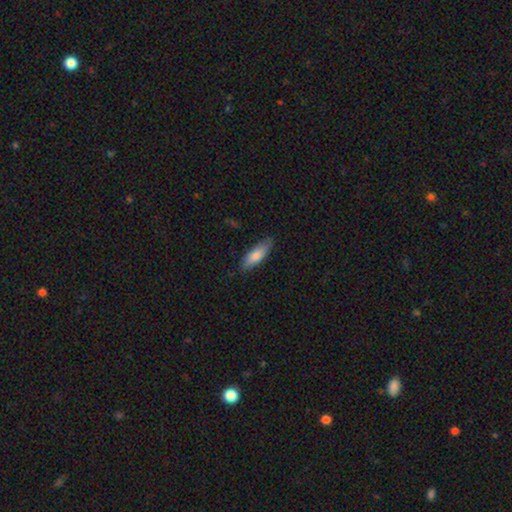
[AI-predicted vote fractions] The model was most divided on "how rounded": cigar-shaped: 50%, in between: 48%, round: 2%. More confident: merging — none (84%); smooth or featured — smooth (76%).